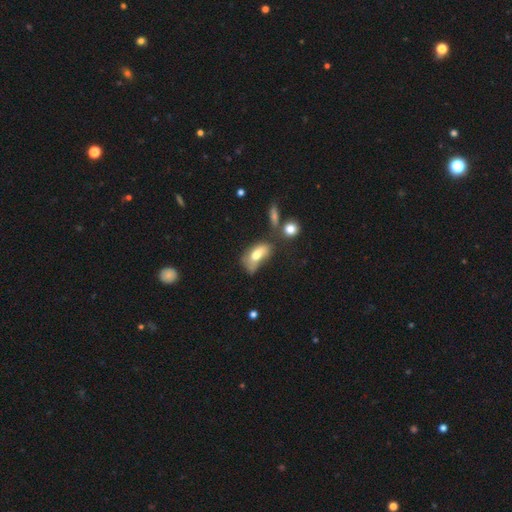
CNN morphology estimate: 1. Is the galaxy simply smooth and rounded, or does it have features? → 67% smooth, 24% featured or disk, 9% star or artifact.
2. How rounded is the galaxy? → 88% in between, 7% round, 5% cigar-shaped.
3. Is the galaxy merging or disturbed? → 27% major disturbance, 25% minor disturbance, 24% none, 23% merger.